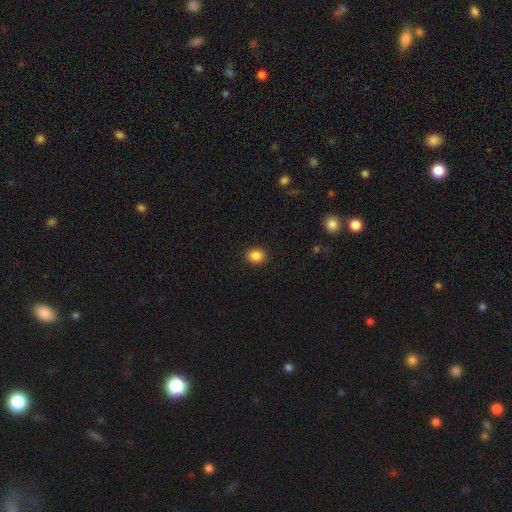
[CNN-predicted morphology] This appears to be a smooth galaxy with no disk features (87%) that is round (75%). Merging: none (91%).